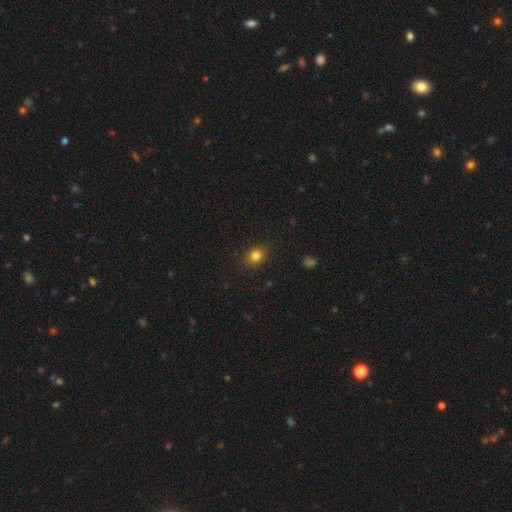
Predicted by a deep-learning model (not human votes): smooth-or-featured: smooth: 82% | star or artifact: 12% | featured or disk: 6%
  how-rounded: round: 53% | in between: 46% | cigar-shaped: 1%
  merging: none: 87% | minor disturbance: 10% | major disturbance: 3% | merger: 1%